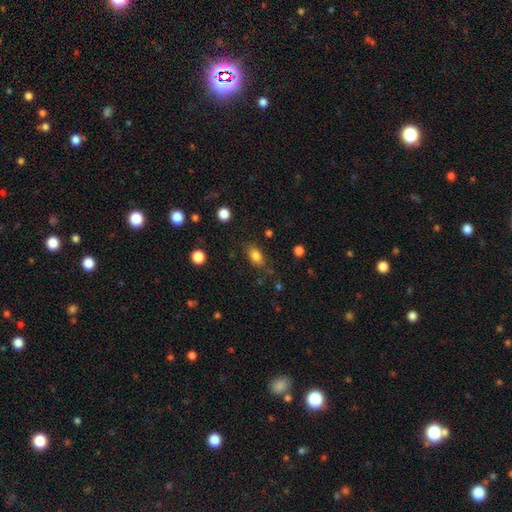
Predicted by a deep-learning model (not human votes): A smooth galaxy with no disk features (82%) that is in between round and cigar-shaped (84%). Merging: none (78%).